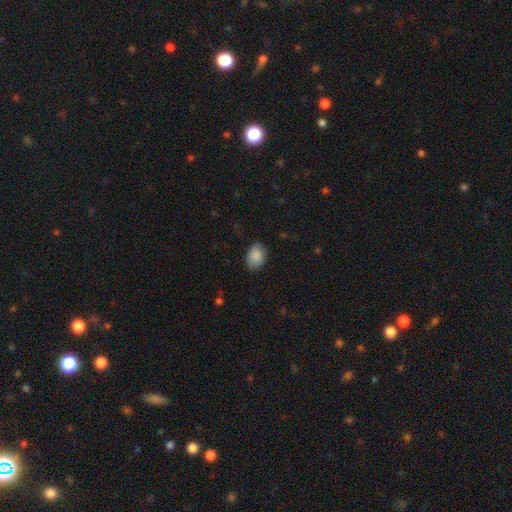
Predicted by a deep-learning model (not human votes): Morphology: type=smooth (88%); roundness=in between (78%); merging=none (82%).